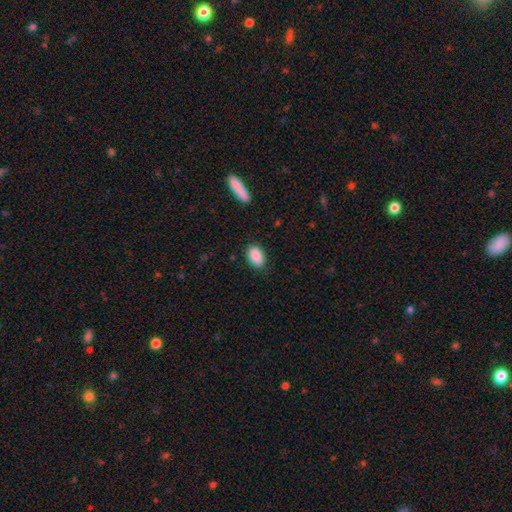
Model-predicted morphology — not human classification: This appears to be a smooth galaxy with no disk features (90%) that is in between round and cigar-shaped (89%). Merging: none (85%).